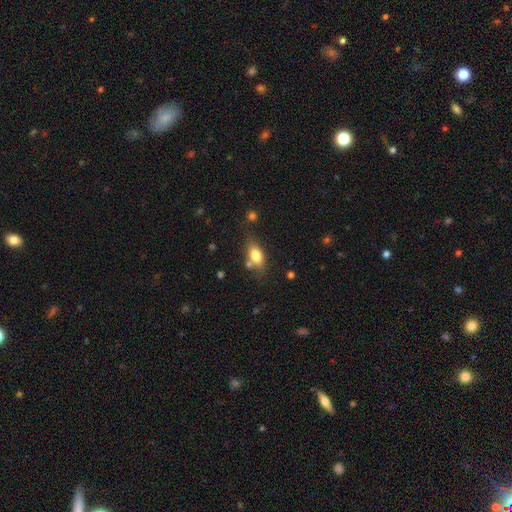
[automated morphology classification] Overall: smooth (77%). How rounded: in between (82%). Merging: none (66%).